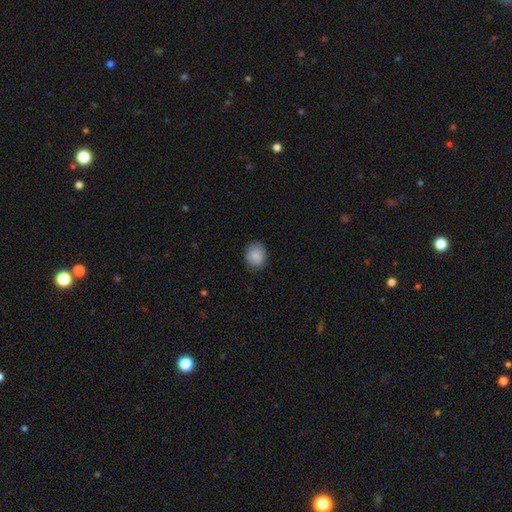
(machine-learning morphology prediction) The model was most divided on "how rounded": round: 66%, in between: 33%, cigar-shaped: 1%. More confident: smooth or featured — smooth (88%); merging — none (87%).